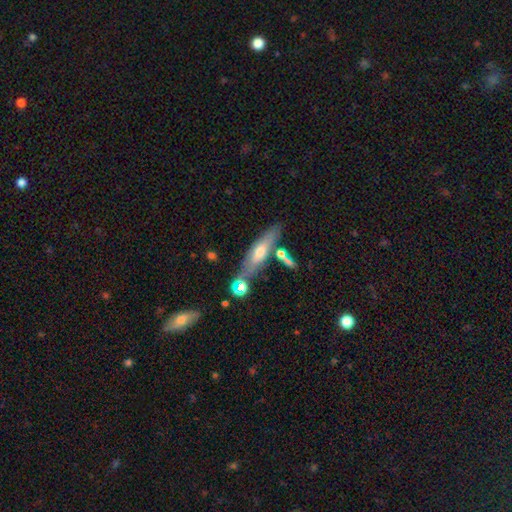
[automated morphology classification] This appears to be a featured or disk galaxy (52%) viewed edge-on (78%). Merging: none (70%).